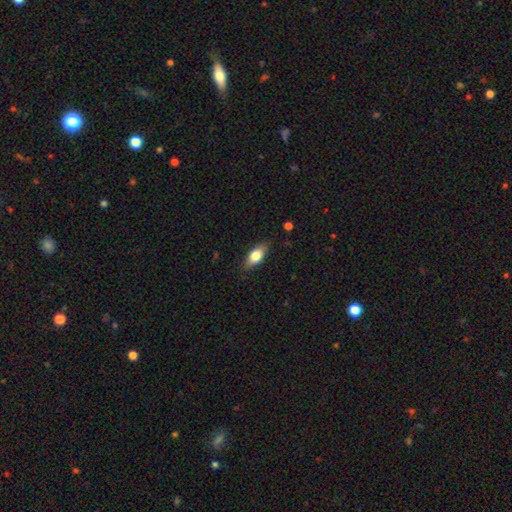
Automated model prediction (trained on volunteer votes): Smooth or featured?
  - smooth: 72% *
  - featured or disk: 21%
  - star or artifact: 7%
How rounded?
  - in between: 83% *
  - cigar-shaped: 12%
  - round: 5%
Merging?
  - none: 80% *
  - minor disturbance: 16%
  - major disturbance: 3%
  - merger: 1%